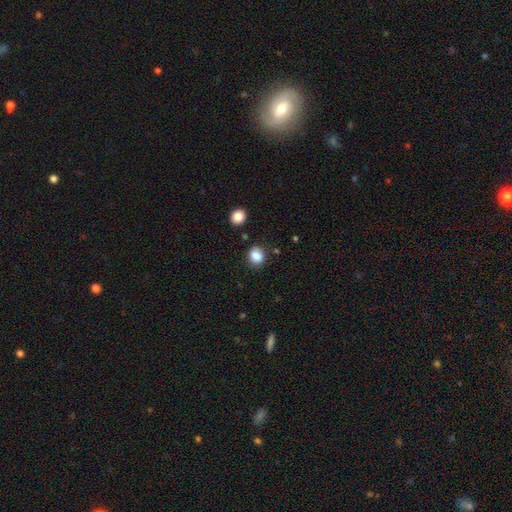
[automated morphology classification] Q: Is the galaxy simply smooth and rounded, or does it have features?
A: smooth — 84%.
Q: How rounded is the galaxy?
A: round — 61%.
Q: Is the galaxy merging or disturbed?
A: none — 83%.